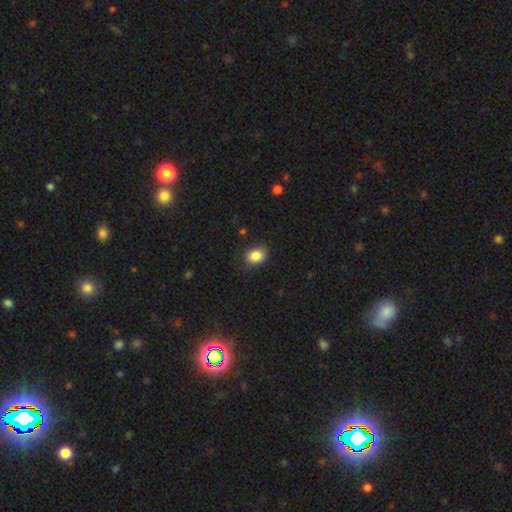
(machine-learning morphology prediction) A smooth galaxy with no disk features (86%) that is in between round and cigar-shaped (58%). Merging: none (82%).